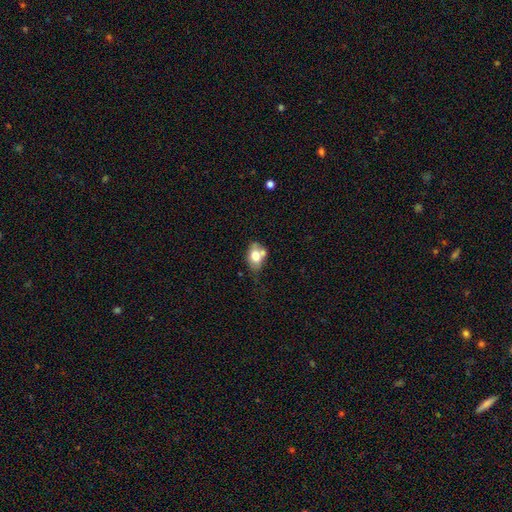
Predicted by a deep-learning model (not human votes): smooth_or_featured: smooth (p=0.69) [alt: featured or disk p=0.22]
how_rounded: in between (p=0.71) [alt: round p=0.27]
merging: none (p=0.38) [alt: merger p=0.30]